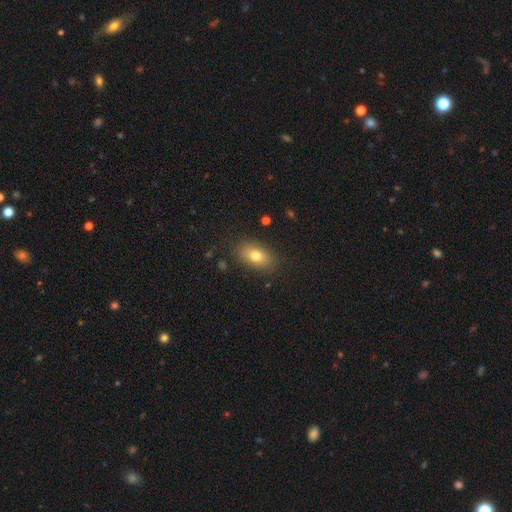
A smooth galaxy with no disk features (89%) that is in between round and cigar-shaped (81%).

Vote fractions:
- Smooth or featured? smooth: 89% / featured or disk: 11% / star or artifact: 0%
- How rounded? in between: 81% / round: 19% / cigar-shaped: 0%
- Merging? none: 83% / minor disturbance: 14% / major disturbance: 3% / merger: 0%